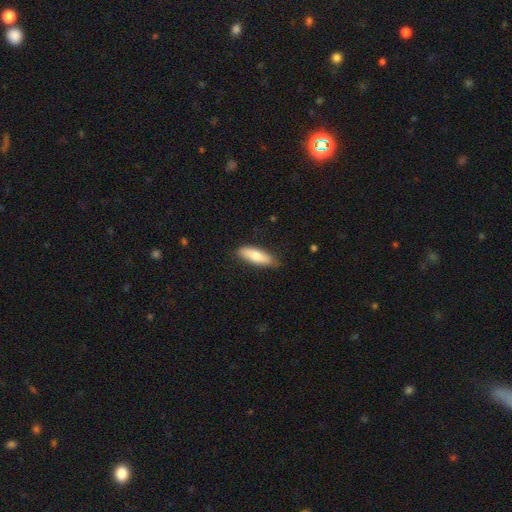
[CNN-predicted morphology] A smooth galaxy with no disk features (77%) that is in between round and cigar-shaped (52%). Merging: none (82%).